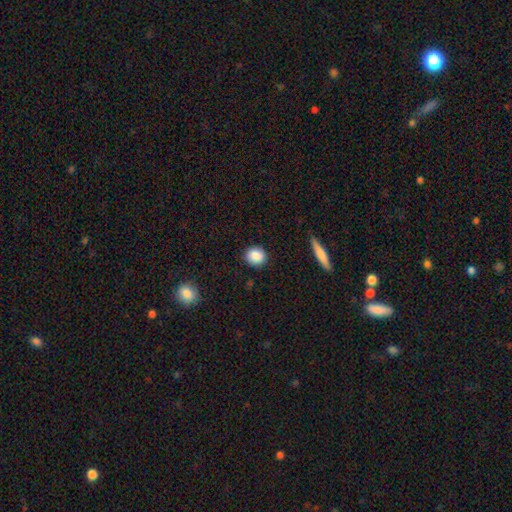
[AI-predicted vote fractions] Smooth or featured? Predicted: smooth (p=0.87). How rounded? Predicted: round (p=0.70). Merging? Predicted: none (p=0.88).